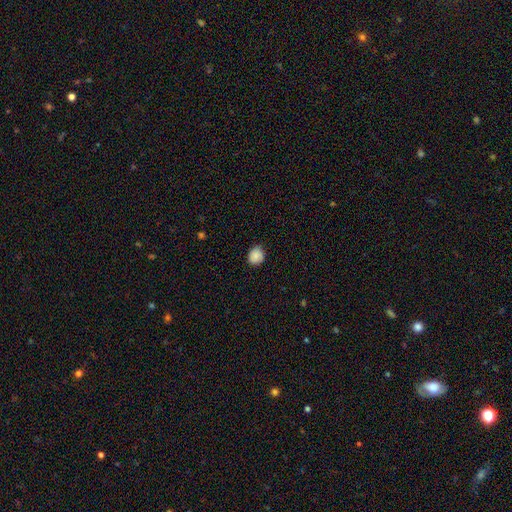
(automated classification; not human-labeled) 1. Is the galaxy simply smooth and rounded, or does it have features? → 87% smooth, 9% star or artifact, 4% featured or disk.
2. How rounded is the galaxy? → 71% round, 28% in between, 1% cigar-shaped.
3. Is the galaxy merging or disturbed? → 80% none, 16% minor disturbance, 3% major disturbance, 1% merger.